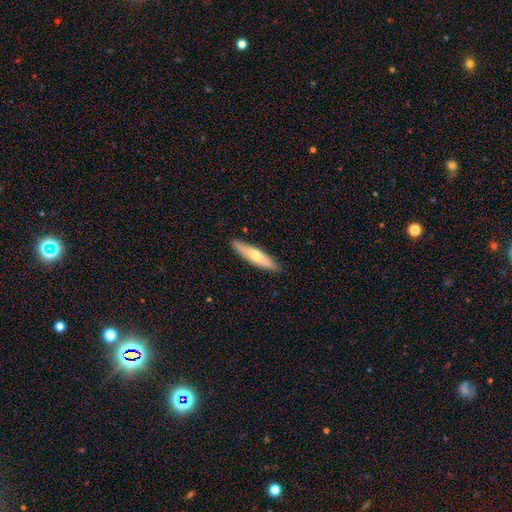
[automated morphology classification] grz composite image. It shows a smooth galaxy with no disk features (60%) that is cigar-shaped (76%). Merging: none (87%).